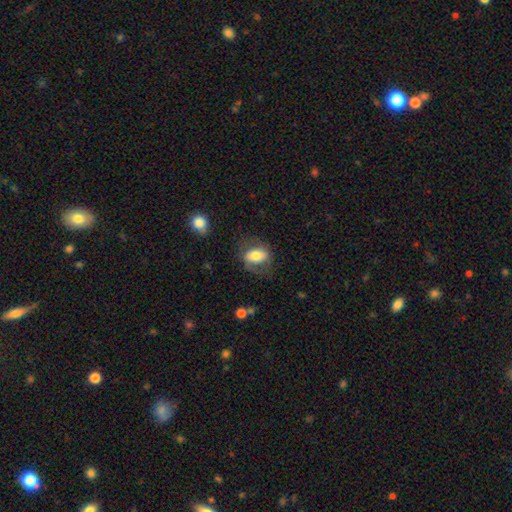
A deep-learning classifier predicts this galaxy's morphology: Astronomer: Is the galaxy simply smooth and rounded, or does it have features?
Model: smooth — 63%.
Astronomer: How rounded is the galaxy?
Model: in between — 80%.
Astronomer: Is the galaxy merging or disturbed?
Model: none — 64%.